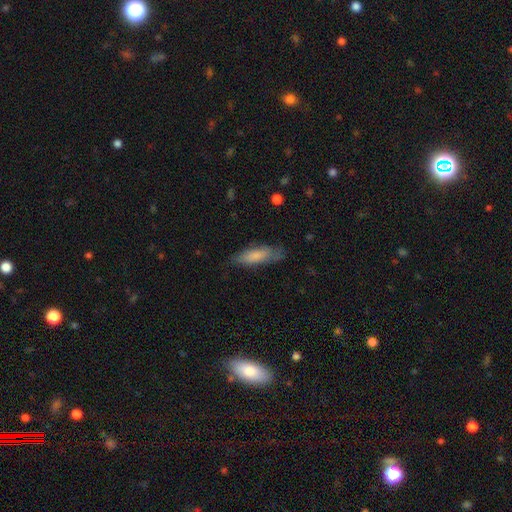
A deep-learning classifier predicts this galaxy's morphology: type=smooth (76%); roundness=cigar-shaped (53%); merging=none (72%).